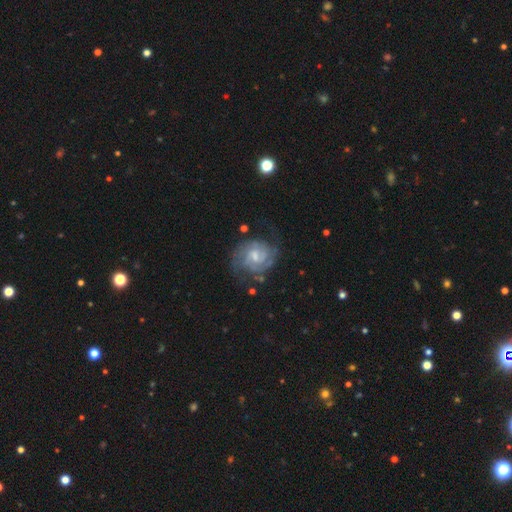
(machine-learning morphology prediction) This is clearly a featured or disk galaxy (84%). It is clearly not viewed edge-on (98%). Bar: possibly weak (56%). Spiral arm pattern: clearly yes (95%). Spiral arm count: marginally 2 (43%). Spiral winding: likely tight (60%). Central bulge: possibly small (45%). Merging: likely none (65%).